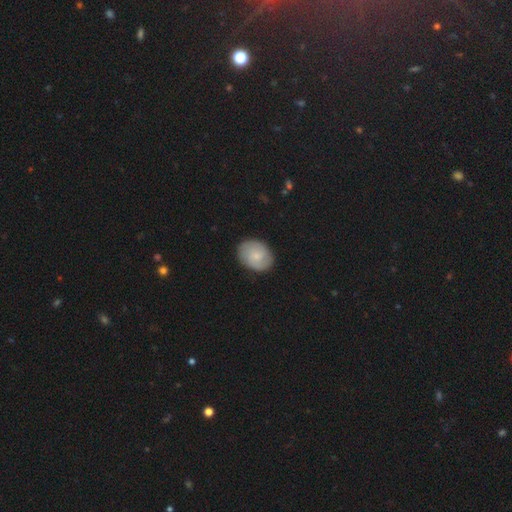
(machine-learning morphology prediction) smooth-or-featured: smooth: 59% | featured or disk: 35% | star or artifact: 7%
  how-rounded: in between: 59% | round: 40% | cigar-shaped: 1%
  merging: none: 84% | minor disturbance: 12% | major disturbance: 3% | merger: 1%